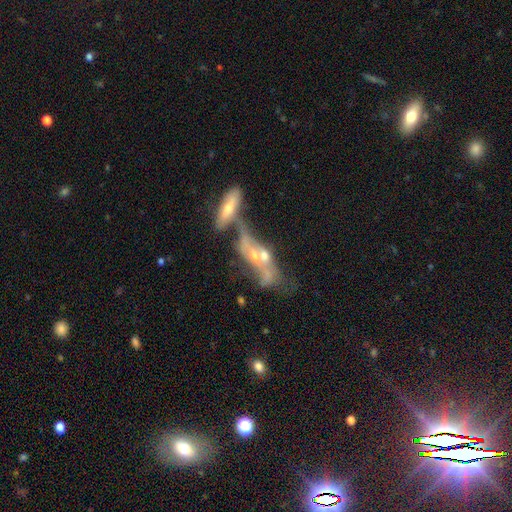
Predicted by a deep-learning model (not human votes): featured or disk 64%, smooth 25%, star or artifact 11%. Down the decision tree: edge-on disk — no (70%); merging — merger (59%).